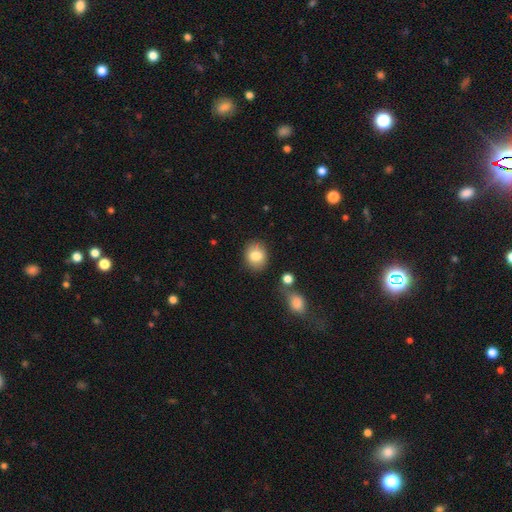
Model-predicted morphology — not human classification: This is clearly a smooth galaxy (82%). How rounded: likely round (62%). Merging: clearly none (83%).